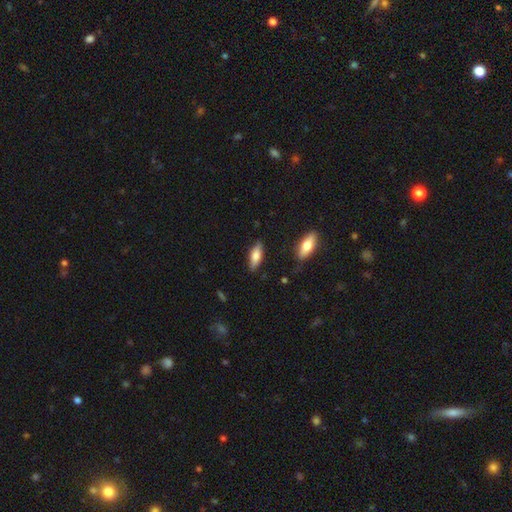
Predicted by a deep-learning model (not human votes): smooth-or-featured: smooth: 73% | featured or disk: 21% | star or artifact: 6%
  how-rounded: in between: 63% | cigar-shaped: 35% | round: 2%
  merging: none: 84% | minor disturbance: 12% | major disturbance: 2% | merger: 2%